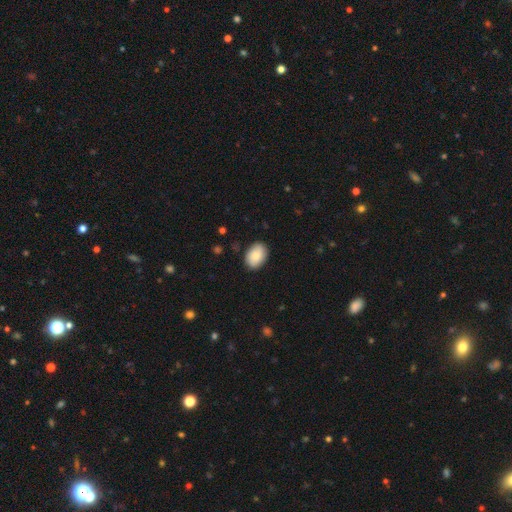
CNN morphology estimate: This appears to be a smooth galaxy with no disk features (83%) that is in between round and cigar-shaped (84%). Merging: none (85%).